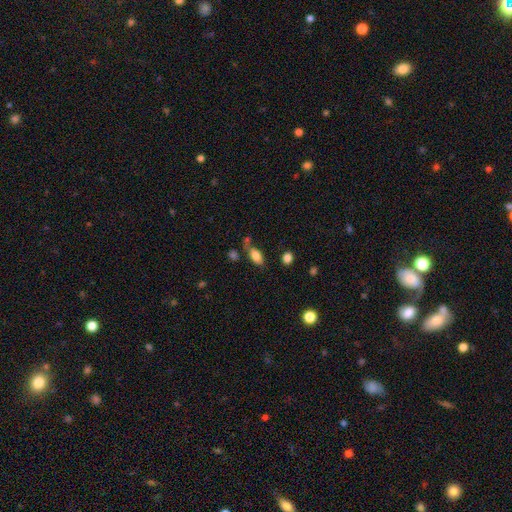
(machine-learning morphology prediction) smooth_or_featured: smooth (p=0.80) [alt: featured or disk p=0.10]
how_rounded: in between (p=0.89) [alt: cigar-shaped p=0.07]
merging: none (p=0.58) [alt: minor disturbance p=0.17]